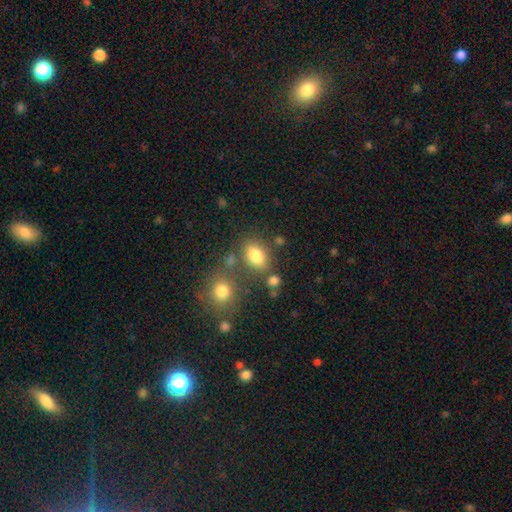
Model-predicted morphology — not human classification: The model was most divided on "merging": none: 69%, minor disturbance: 14%, merger: 13%, major disturbance: 5%. More confident: smooth or featured — smooth (81%); how rounded — in between (78%).